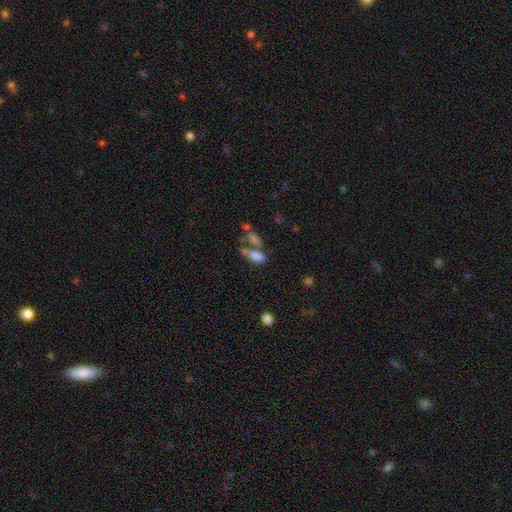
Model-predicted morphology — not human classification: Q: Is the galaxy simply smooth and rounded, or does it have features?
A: smooth — 76%.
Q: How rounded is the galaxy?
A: in between — 78%.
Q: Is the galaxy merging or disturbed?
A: merger — 39%.